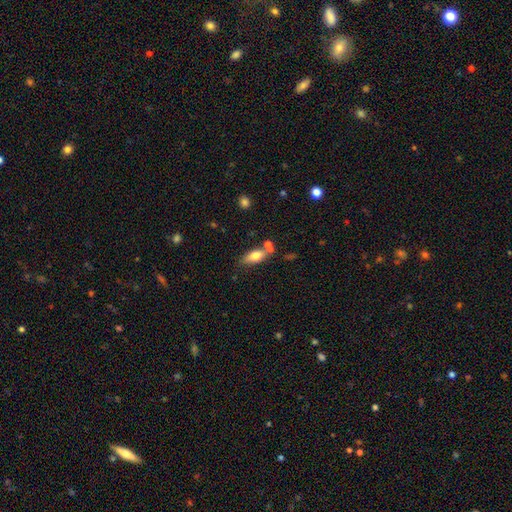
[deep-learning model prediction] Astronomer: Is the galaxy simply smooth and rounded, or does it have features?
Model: smooth — 71%.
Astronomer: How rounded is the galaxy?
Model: in between — 79%.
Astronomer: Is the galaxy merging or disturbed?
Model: none — 55%.